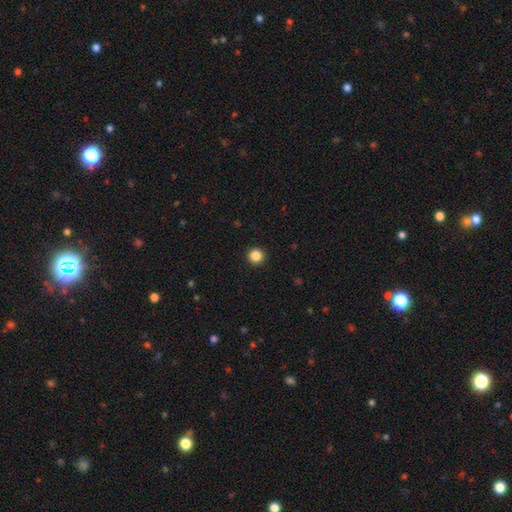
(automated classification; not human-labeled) Smooth or featured: smooth — 86% (star or artifact — 11%)
How rounded: round — 96% (in between — 3%)
Merging: none — 93% (minor disturbance — 4%)